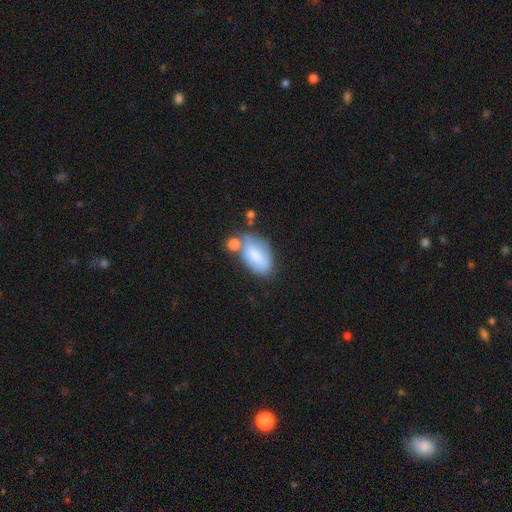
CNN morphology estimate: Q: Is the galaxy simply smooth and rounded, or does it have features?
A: smooth — 68%.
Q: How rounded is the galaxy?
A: in between — 91%.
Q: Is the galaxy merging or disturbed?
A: none — 41%.